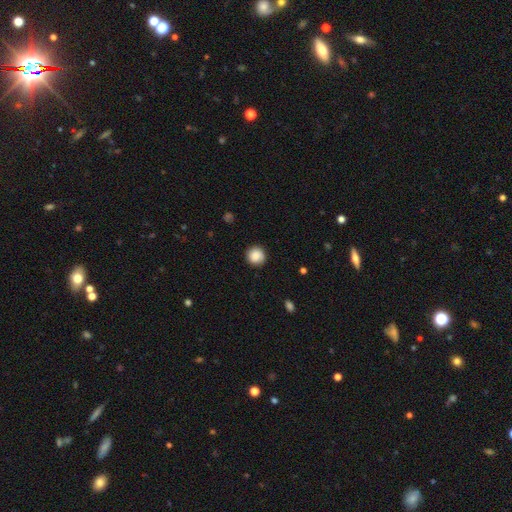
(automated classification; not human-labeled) Morphology: type=smooth (87%); roundness=round (93%); merging=none (89%).